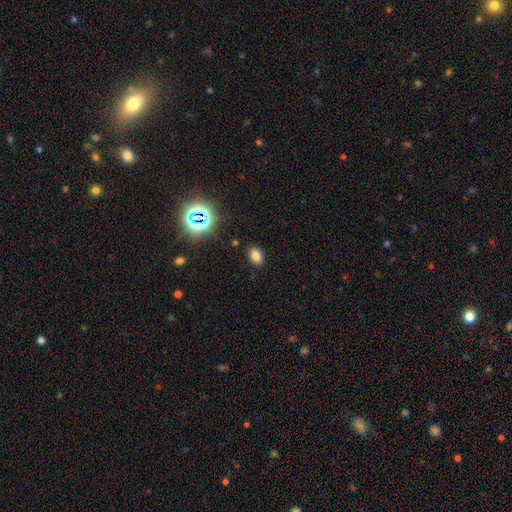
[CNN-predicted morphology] A smooth galaxy with no disk features (76%) that is in between round and cigar-shaped (81%).

Vote fractions:
- Smooth or featured? smooth: 76% / star or artifact: 18% / featured or disk: 6%
- How rounded? in between: 81% / round: 18% / cigar-shaped: 1%
- Merging? none: 87% / minor disturbance: 9% / major disturbance: 3% / merger: 1%